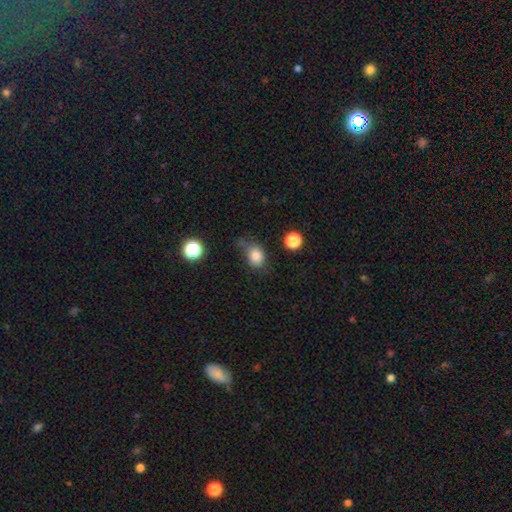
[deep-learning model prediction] smooth_or_featured: smooth (p=0.83) [alt: star or artifact p=0.11]
how_rounded: in between (p=0.53) [alt: round p=0.46]
merging: none (p=0.50) [alt: minor disturbance p=0.32]